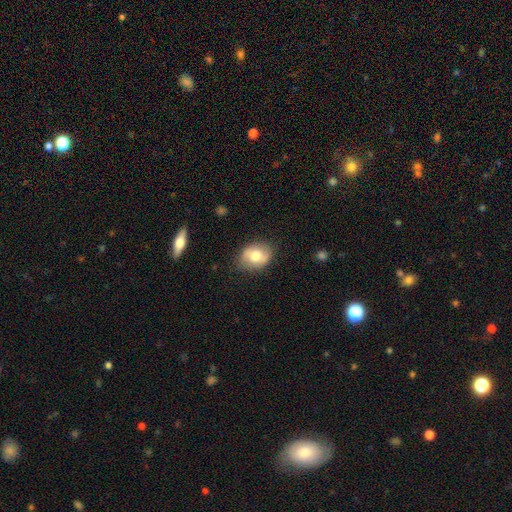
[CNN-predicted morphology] Q: Smooth or featured?
A: smooth (63%); runner-up: featured or disk (29%)
Q: How rounded?
A: in between (63%); runner-up: round (36%)
Q: Merging?
A: none (79%); runner-up: minor disturbance (16%)